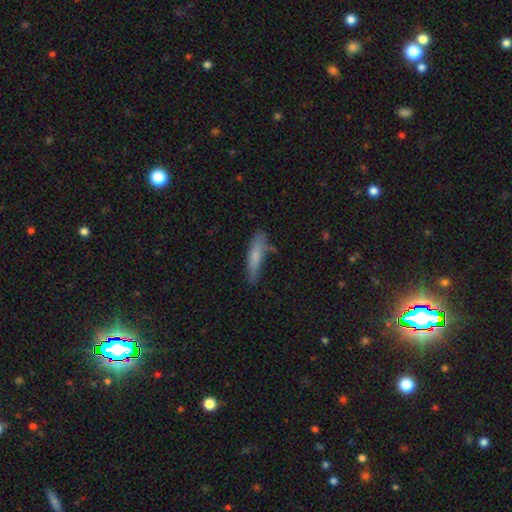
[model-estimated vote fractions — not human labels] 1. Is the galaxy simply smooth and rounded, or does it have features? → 72% smooth, 21% featured or disk, 7% star or artifact.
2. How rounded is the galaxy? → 79% cigar-shaped, 20% in between, 2% round.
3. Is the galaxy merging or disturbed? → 68% none, 22% minor disturbance, 5% major disturbance, 4% merger.